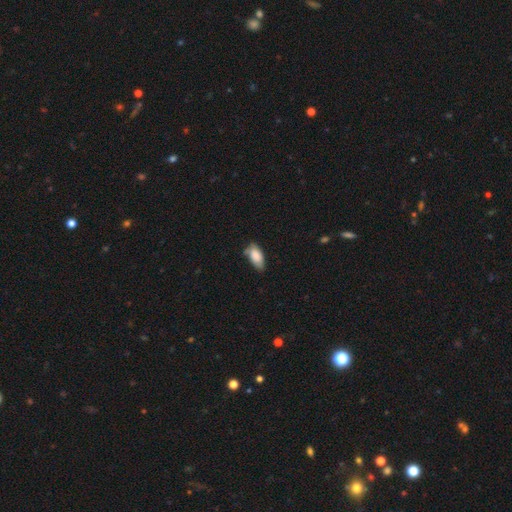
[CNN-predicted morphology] Overall: smooth (84%). How rounded: in between (92%). Merging: none (53%; minor disturbance 37%).